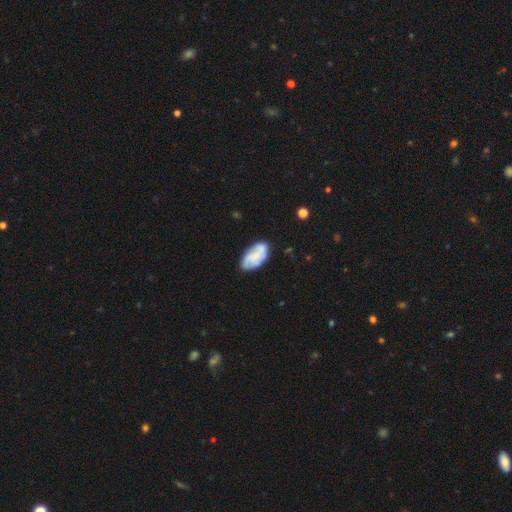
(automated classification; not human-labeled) Q: Smooth or featured?
A: featured or disk (57%); runner-up: smooth (36%)
Q: Edge-on disk?
A: no (96%); runner-up: yes (4%)
Q: Bar?
A: no (69%); runner-up: weak (26%)
Q: Spiral arms?
A: yes (84%); runner-up: no (16%)
Q: Bulge size?
A: small (55%); runner-up: moderate (26%)
Q: Merging?
A: none (69%); runner-up: minor disturbance (22%)